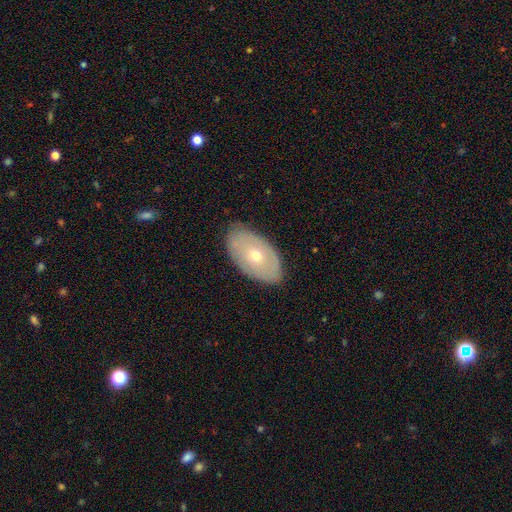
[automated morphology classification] Q: Smooth or featured?
A: smooth (48%); runner-up: featured or disk (46%)
Q: Merging?
A: none (82%); runner-up: minor disturbance (14%)